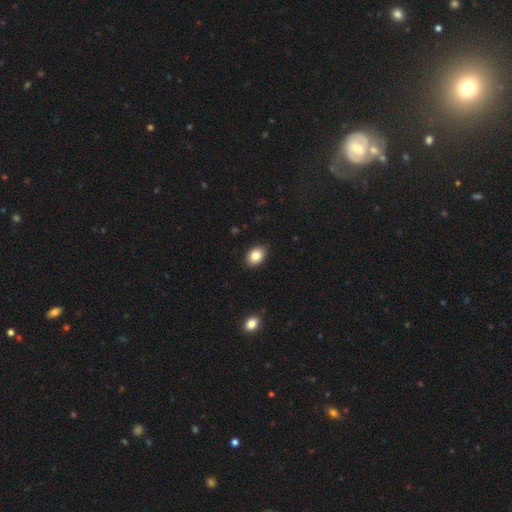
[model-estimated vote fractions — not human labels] A smooth galaxy with no disk features (86%) that is in between round and cigar-shaped (70%).

Vote fractions:
- Smooth or featured? smooth: 86% / star or artifact: 8% / featured or disk: 6%
- How rounded? in between: 70% / round: 29% / cigar-shaped: 1%
- Merging? none: 90% / minor disturbance: 8% / major disturbance: 2% / merger: 1%